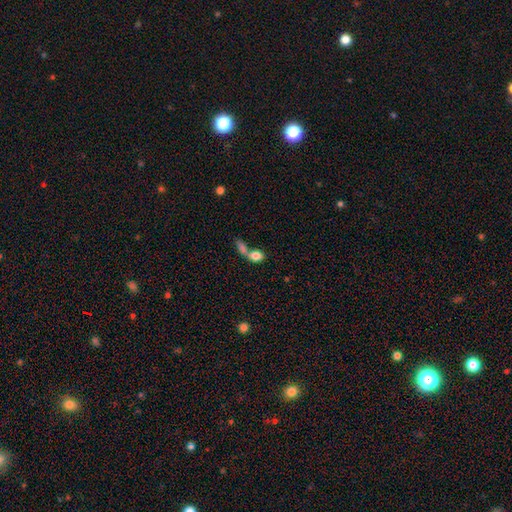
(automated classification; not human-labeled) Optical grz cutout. It shows a smooth galaxy with no disk features (79%) that is in between round and cigar-shaped (69%). Merging: merger (70%).